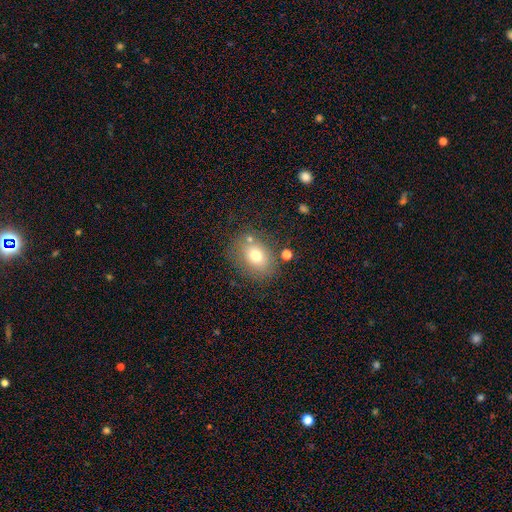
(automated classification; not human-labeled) This appears to be a smooth galaxy with no disk features (72%) that is in between round and cigar-shaped (56%). Merging: none (73%).